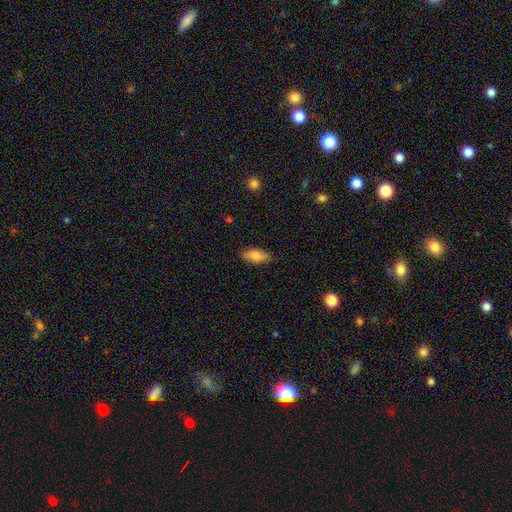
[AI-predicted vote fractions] Smooth or featured: smooth — 80% (featured or disk — 13%)
How rounded: in between — 89% (cigar-shaped — 8%)
Merging: none — 81% (minor disturbance — 15%)